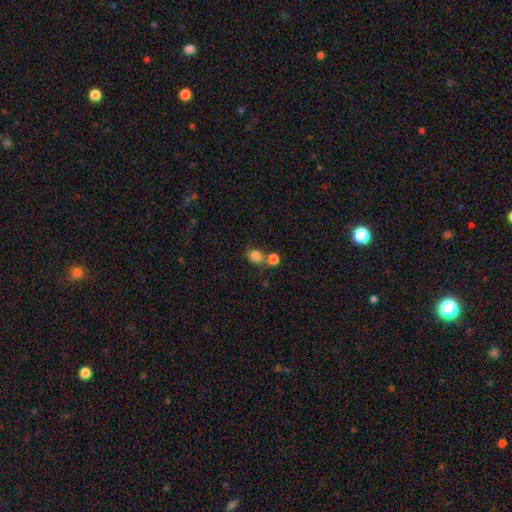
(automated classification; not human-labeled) This is clearly a smooth galaxy (81%). How rounded: possibly round (56%). Merging: possibly none (53%).